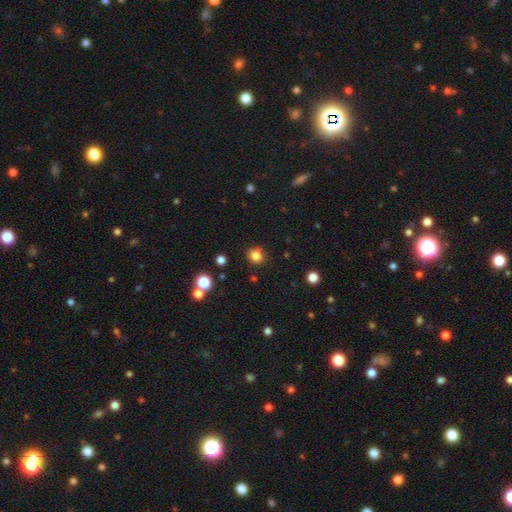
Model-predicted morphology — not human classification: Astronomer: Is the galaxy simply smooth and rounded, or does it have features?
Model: smooth — 83%.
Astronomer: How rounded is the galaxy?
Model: round — 86%.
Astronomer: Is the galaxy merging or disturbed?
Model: none — 86%.